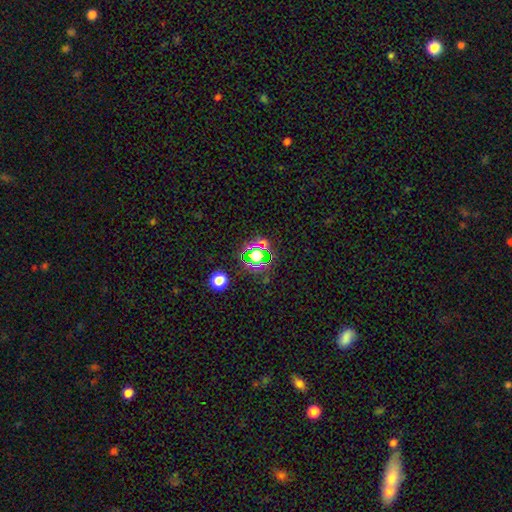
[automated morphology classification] This is possibly a star or artifact rather than a galaxy (57%).